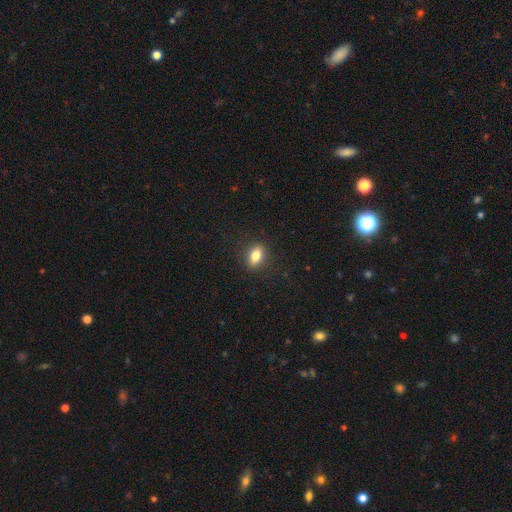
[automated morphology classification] Smooth or featured: smooth — 81% (featured or disk — 10%)
How rounded: in between — 82% (round — 12%)
Merging: none — 88% (minor disturbance — 9%)